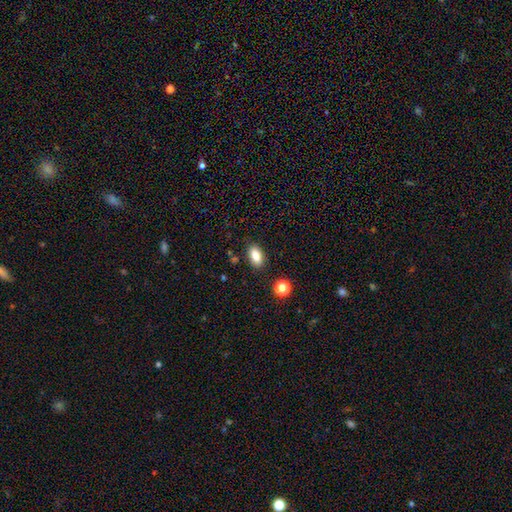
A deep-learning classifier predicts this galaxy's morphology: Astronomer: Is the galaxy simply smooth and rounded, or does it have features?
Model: smooth — 84%.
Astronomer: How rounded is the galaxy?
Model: in between — 89%.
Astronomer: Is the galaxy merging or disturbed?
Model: none — 85%.